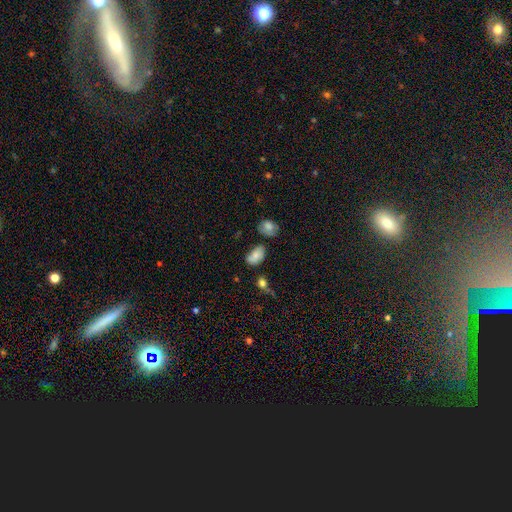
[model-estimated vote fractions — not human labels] The model was most divided on "merging": none: 52%, minor disturbance: 31%, major disturbance: 9%, merger: 8%. More confident: how rounded — in between (88%); smooth or featured — smooth (76%).